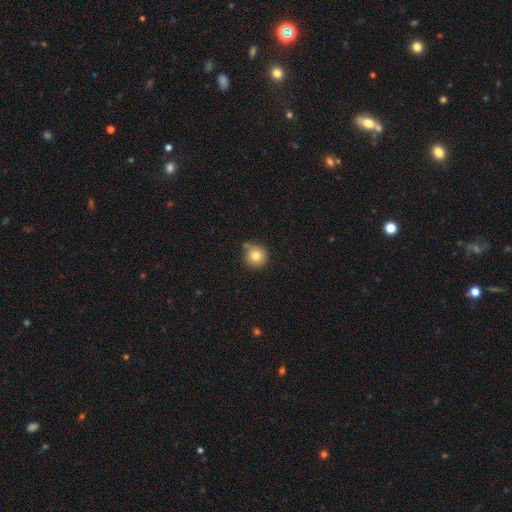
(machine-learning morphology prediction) type=smooth (79%); roundness=round (94%); merging=none (73%).